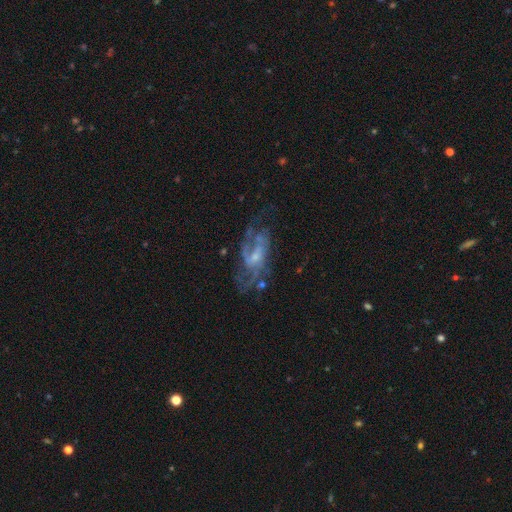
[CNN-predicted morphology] Q: Smooth or featured?
A: featured or disk (80%); runner-up: smooth (11%)
Q: Edge-on disk?
A: no (94%); runner-up: yes (6%)
Q: Bar?
A: no (49%); runner-up: weak (41%)
Q: Spiral arms?
A: yes (84%); runner-up: no (16%)
Q: Spiral winding?
A: medium (46%); runner-up: tight (28%)
Q: Spiral arm count?
A: can't tell (35%); runner-up: 2 (32%)
Q: Bulge size?
A: small (60%); runner-up: moderate (28%)
Q: Merging?
A: none (54%); runner-up: major disturbance (23%)